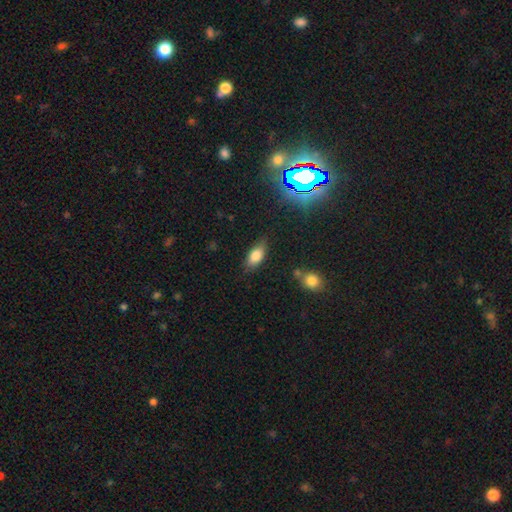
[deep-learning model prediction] Smooth or featured? Predicted: smooth (p=0.79). How rounded? Predicted: in between (p=0.86). Merging? Predicted: none (p=0.75).